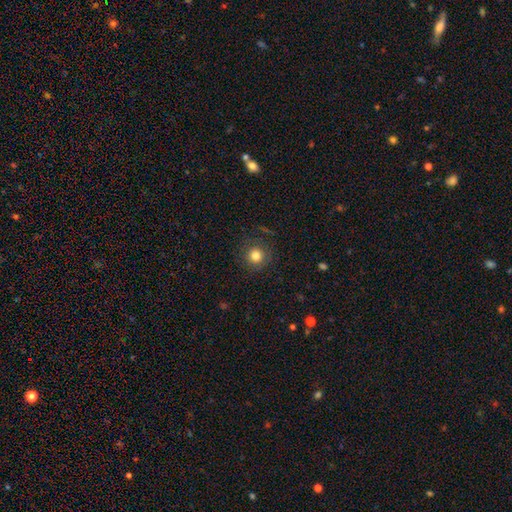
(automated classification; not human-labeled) smooth-or-featured: smooth: 81% | star or artifact: 12% | featured or disk: 7%
  how-rounded: round: 94% | in between: 5% | cigar-shaped: 1%
  merging: none: 88% | minor disturbance: 8% | major disturbance: 3% | merger: 1%